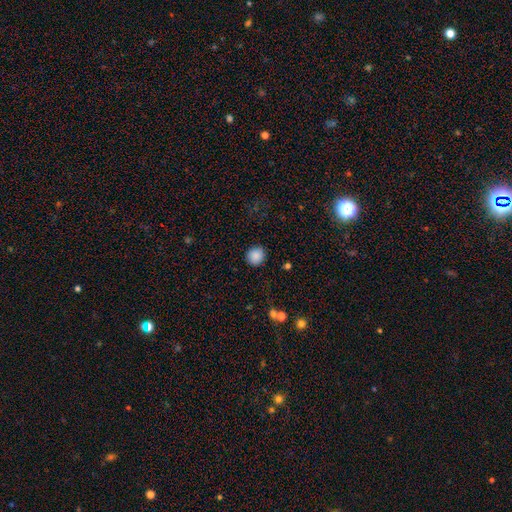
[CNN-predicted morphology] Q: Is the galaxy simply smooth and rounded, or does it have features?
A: smooth — 88%.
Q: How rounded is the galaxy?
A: round — 91%.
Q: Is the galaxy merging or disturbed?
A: none — 89%.